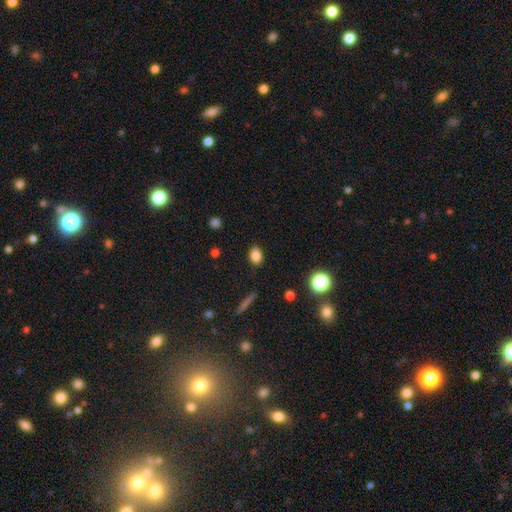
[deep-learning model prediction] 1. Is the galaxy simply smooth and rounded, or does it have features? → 83% smooth, 11% star or artifact, 6% featured or disk.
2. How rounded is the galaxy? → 75% in between, 23% round, 2% cigar-shaped.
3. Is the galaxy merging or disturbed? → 88% none, 9% minor disturbance, 2% major disturbance, 1% merger.